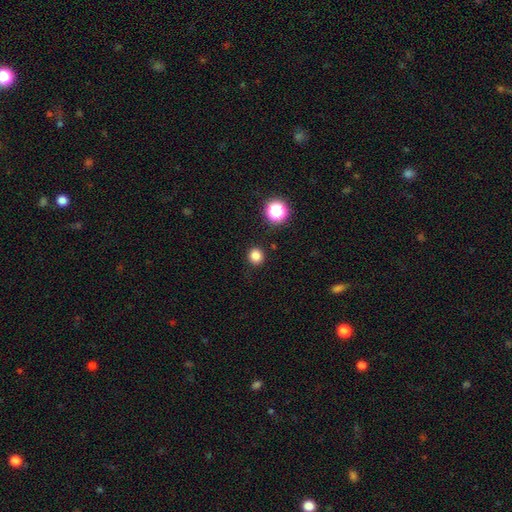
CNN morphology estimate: Overall: smooth (82%). How rounded: round (90%). Merging: none (90%).